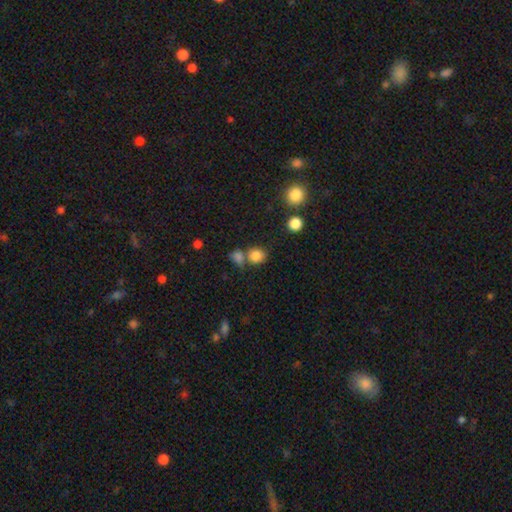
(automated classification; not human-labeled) Smooth or featured: smooth — 82% (star or artifact — 12%)
How rounded: round — 74% (in between — 25%)
Merging: none — 59% (merger — 27%)